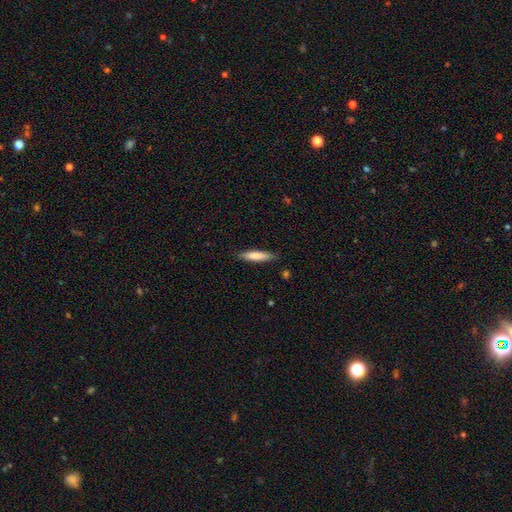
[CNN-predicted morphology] smooth 78%, featured or disk 16%, star or artifact 6%. Down the decision tree: how rounded — cigar-shaped (83%); merging — none (86%).